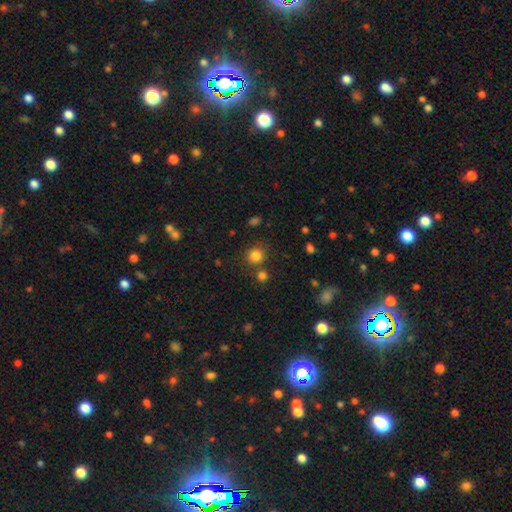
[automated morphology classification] This is clearly a smooth galaxy (81%). How rounded: clearly round (86%). Merging: likely none (74%).